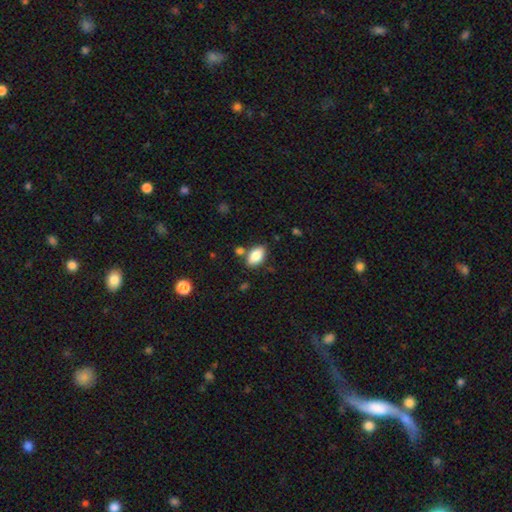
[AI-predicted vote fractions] A smooth galaxy with no disk features (84%) that is in between round and cigar-shaped (92%). Merging: none (75%).